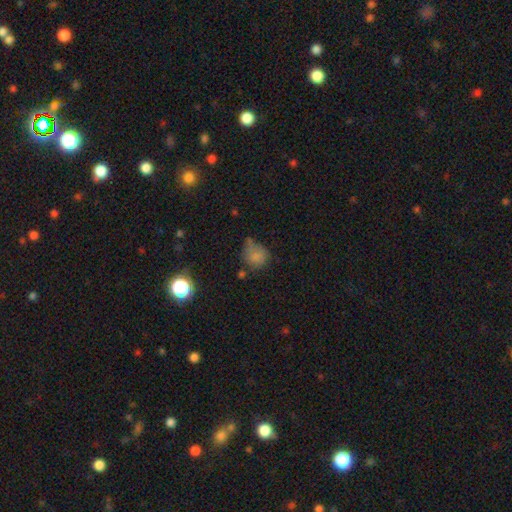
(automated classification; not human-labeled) Smooth or featured?
  - smooth: 75% *
  - star or artifact: 15%
  - featured or disk: 10%
How rounded?
  - round: 72% *
  - in between: 26%
  - cigar-shaped: 1%
Merging?
  - none: 45% *
  - minor disturbance: 31%
  - major disturbance: 16%
  - merger: 8%